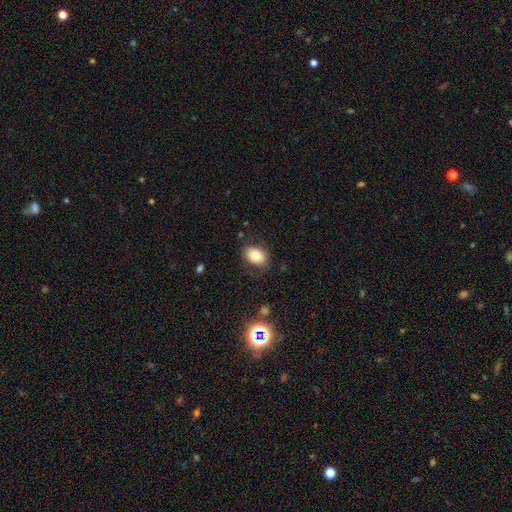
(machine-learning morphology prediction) smooth-or-featured: smooth: 78% | featured or disk: 12% | star or artifact: 9%
  how-rounded: in between: 80% | round: 19% | cigar-shaped: 1%
  merging: none: 81% | minor disturbance: 14% | major disturbance: 4% | merger: 2%